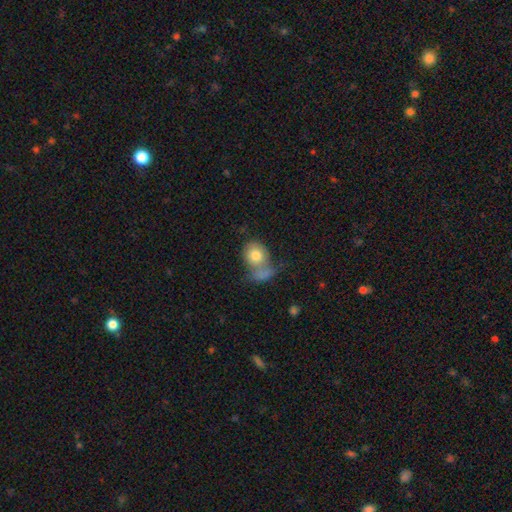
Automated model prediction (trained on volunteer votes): A smooth galaxy with no disk features (76%) that is round (56%).

Vote fractions:
- Smooth or featured? smooth: 76% / featured or disk: 17% / star or artifact: 7%
- How rounded? round: 56% / in between: 43% / cigar-shaped: 1%
- Merging? merger: 46% / none: 23% / major disturbance: 16% / minor disturbance: 14%